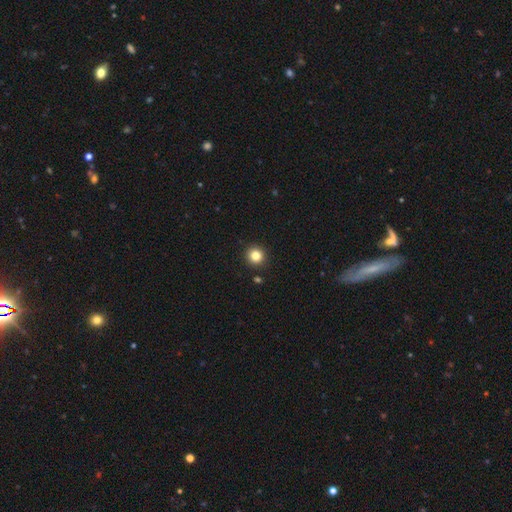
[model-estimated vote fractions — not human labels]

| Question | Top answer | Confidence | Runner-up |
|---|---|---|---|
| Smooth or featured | smooth | 82% | star or artifact (12%) |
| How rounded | round | 94% | in between (5%) |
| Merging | none | 92% | minor disturbance (5%) |